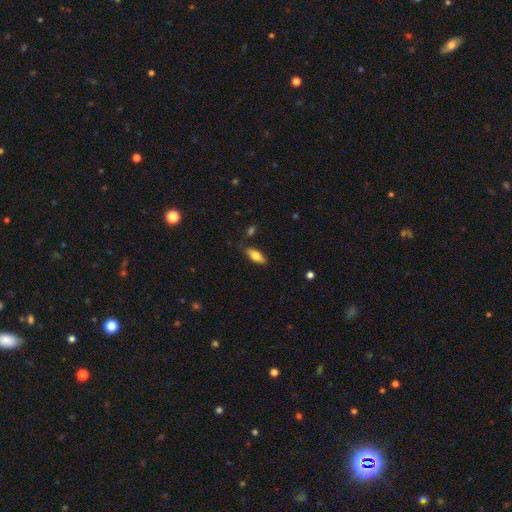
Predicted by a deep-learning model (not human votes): smooth 77%, featured or disk 16%, star or artifact 7%. Down the decision tree: how rounded — in between (80%); merging — none (77%).